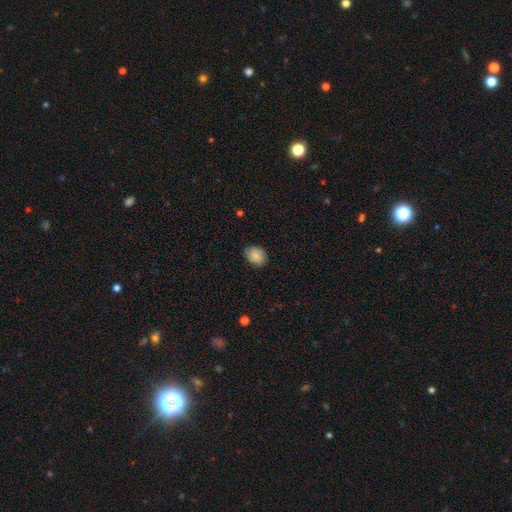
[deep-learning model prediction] This appears to be a smooth galaxy with no disk features (83%) that is in between round and cigar-shaped (58%). Merging: none (80%).